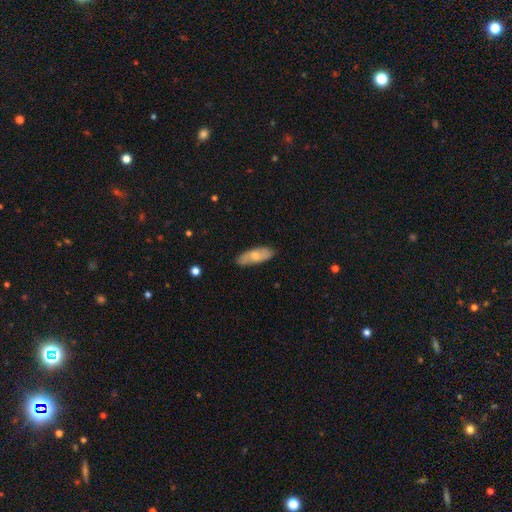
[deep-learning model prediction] A smooth galaxy with no disk features (66%) that is in between round and cigar-shaped (68%).

Vote fractions:
- Smooth or featured? smooth: 66% / featured or disk: 28% / star or artifact: 6%
- How rounded? in between: 68% / cigar-shaped: 30% / round: 2%
- Merging? none: 83% / minor disturbance: 13% / major disturbance: 3% / merger: 1%